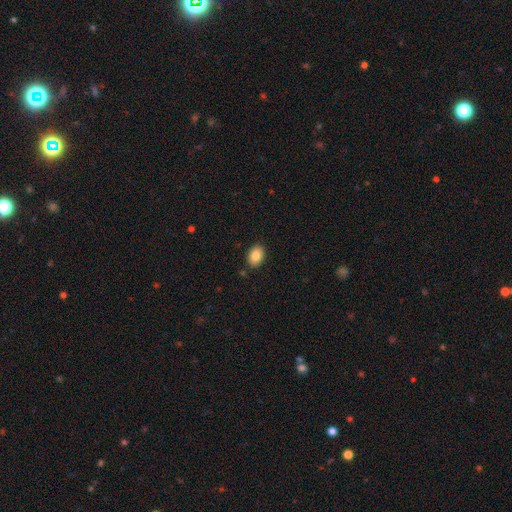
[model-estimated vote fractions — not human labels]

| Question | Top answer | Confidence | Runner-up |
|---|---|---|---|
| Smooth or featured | smooth | 85% | star or artifact (8%) |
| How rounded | in between | 82% | round (17%) |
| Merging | none | 88% | minor disturbance (9%) |